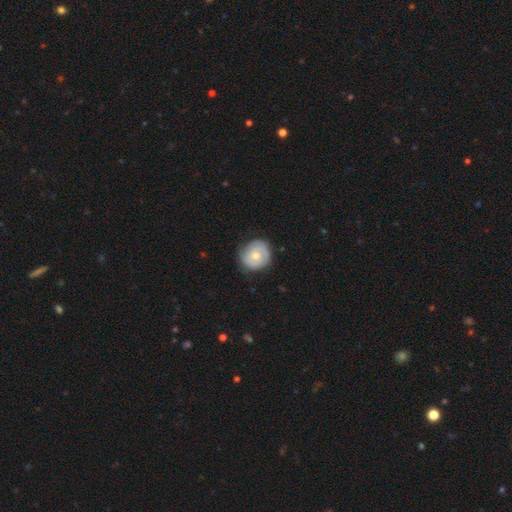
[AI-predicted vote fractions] Smooth or featured: featured or disk — 66% (smooth — 28%)
Edge-on disk: no — 98% (yes — 2%)
Bar: no — 75% (weak — 21%)
Spiral arms: yes — 86% (no — 14%)
Spiral winding: tight — 71% (medium — 22%)
Spiral arm count: 2 — 50% (can't tell — 26%)
Bulge size: moderate — 59% (small — 37%)
Merging: none — 78% (minor disturbance — 16%)